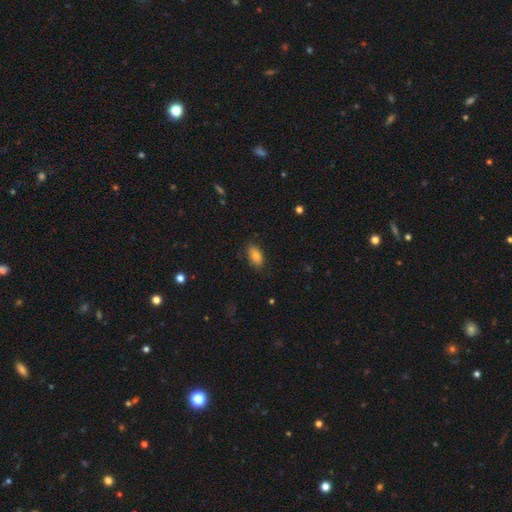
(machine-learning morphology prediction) A smooth galaxy with no disk features (83%) that is in between round and cigar-shaped (90%). Merging: none (82%).